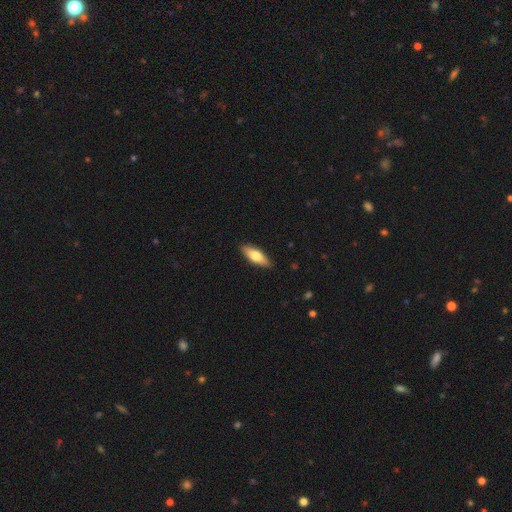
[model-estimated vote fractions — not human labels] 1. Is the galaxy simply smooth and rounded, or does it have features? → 66% smooth, 28% featured or disk, 6% star or artifact.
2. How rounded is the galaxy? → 60% in between, 37% cigar-shaped, 2% round.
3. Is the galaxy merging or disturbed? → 89% none, 9% minor disturbance, 2% major disturbance, 1% merger.